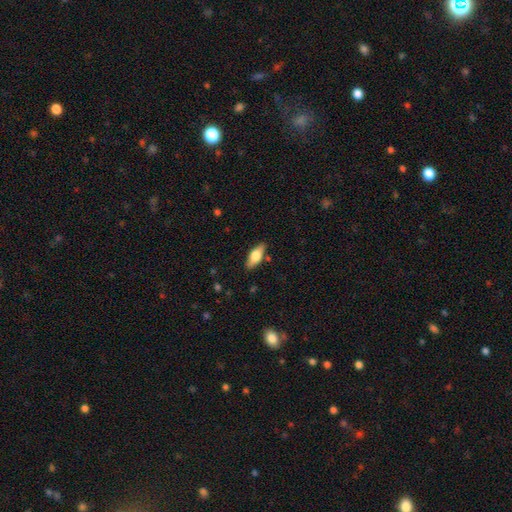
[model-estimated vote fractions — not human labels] Smooth or featured?
  - smooth: 66% *
  - featured or disk: 28%
  - star or artifact: 6%
How rounded?
  - in between: 76% *
  - cigar-shaped: 21%
  - round: 3%
Merging?
  - none: 84% *
  - minor disturbance: 11%
  - major disturbance: 2%
  - merger: 2%